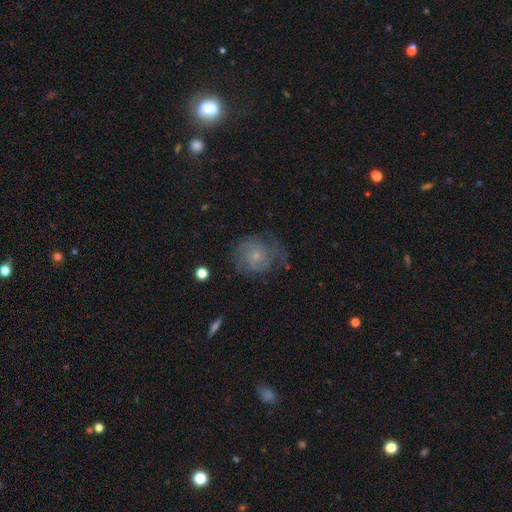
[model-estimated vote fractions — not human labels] Smooth or featured: featured or disk — 57% (smooth — 33%)
Edge-on disk: no — 97% (yes — 3%)
Bar: no — 78% (weak — 19%)
Spiral arms: yes — 80% (no — 20%)
Bulge size: small — 73% (moderate — 16%)
Merging: none — 54% (minor disturbance — 24%)